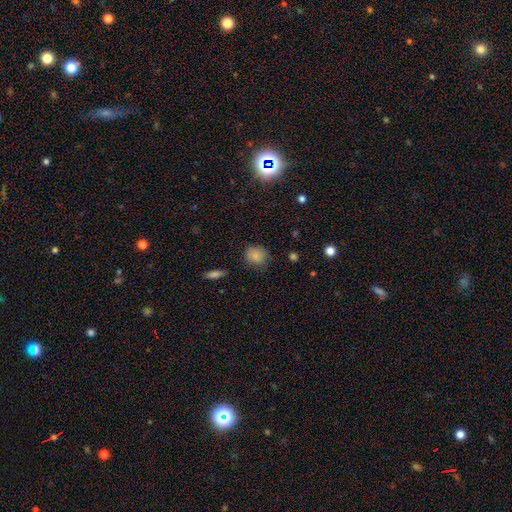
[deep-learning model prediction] Smooth or featured: smooth — 82% (star or artifact — 10%)
How rounded: round — 73% (in between — 26%)
Merging: none — 72% (minor disturbance — 22%)